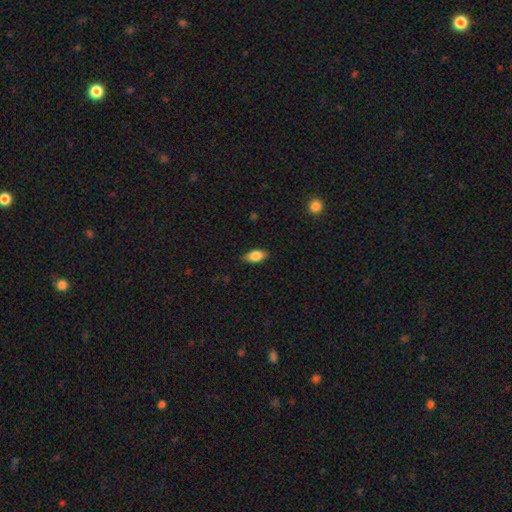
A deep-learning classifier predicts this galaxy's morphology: This appears to be a smooth galaxy with no disk features (79%) that is in between round and cigar-shaped (87%). Merging: none (86%).